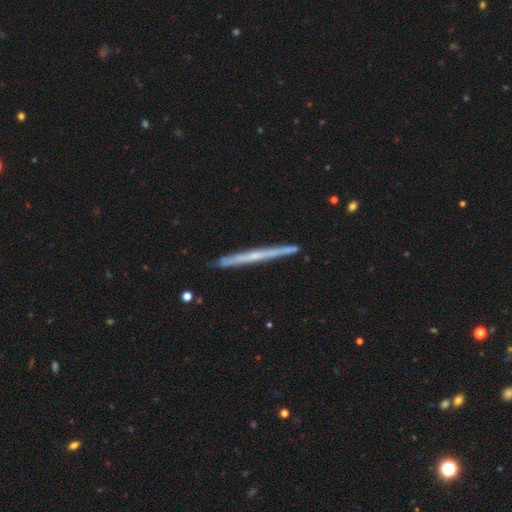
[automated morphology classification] featured or disk 60%, smooth 34%, star or artifact 6%. Down the decision tree: edge-on disk — yes (97%); edge-on bulge — none (77%); merging — none (89%).